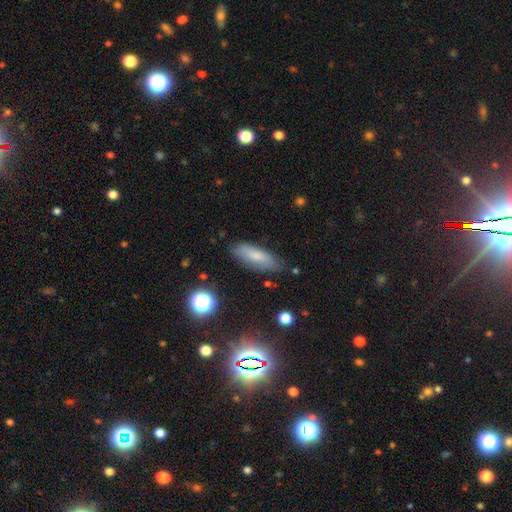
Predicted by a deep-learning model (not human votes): This appears to be a smooth galaxy with no disk features (72%) that is in between round and cigar-shaped (61%). Merging: none (78%).